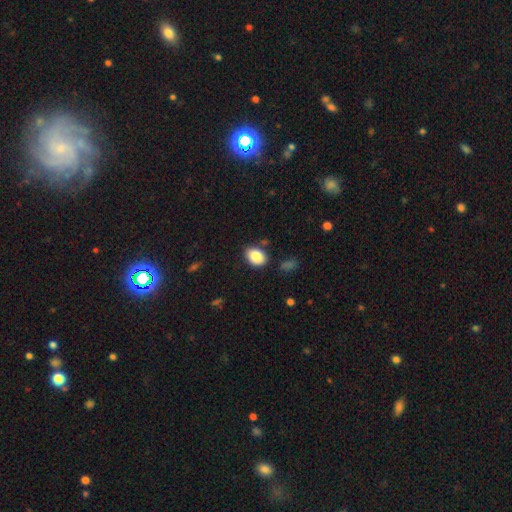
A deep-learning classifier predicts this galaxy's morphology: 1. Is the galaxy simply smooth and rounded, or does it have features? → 87% smooth, 8% star or artifact, 6% featured or disk.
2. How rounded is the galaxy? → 81% in between, 18% round, 1% cigar-shaped.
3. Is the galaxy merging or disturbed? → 79% none, 14% minor disturbance, 4% merger, 3% major disturbance.